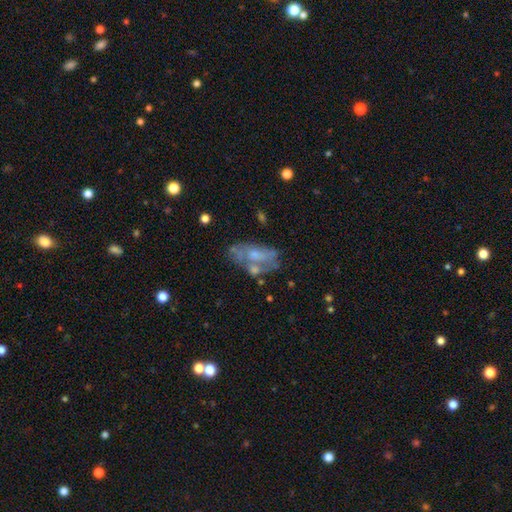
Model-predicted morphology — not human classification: The model was most divided on "bulge size": small: 47%, moderate: 34%, none: 15%, large: 3%, dominant: 1%. Remaining: edge-on disk — no (91%); bar — no (78%); spiral arms — no (66%); smooth or featured — featured or disk (57%); merging — none (42%).